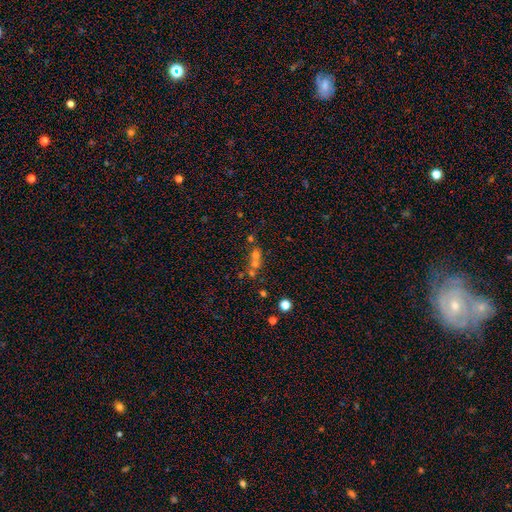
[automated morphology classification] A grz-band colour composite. It shows a smooth galaxy with no disk features (51%) that is round (76%). Merging: merger (52%).